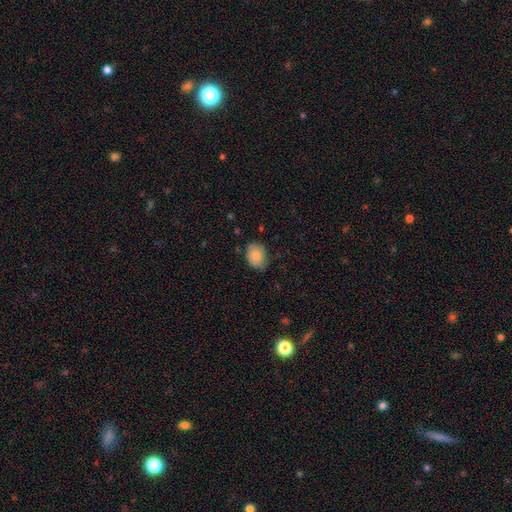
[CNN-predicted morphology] Q: Smooth or featured?
A: smooth (84%); runner-up: featured or disk (9%)
Q: How rounded?
A: in between (63%); runner-up: round (36%)
Q: Merging?
A: none (72%); runner-up: minor disturbance (23%)